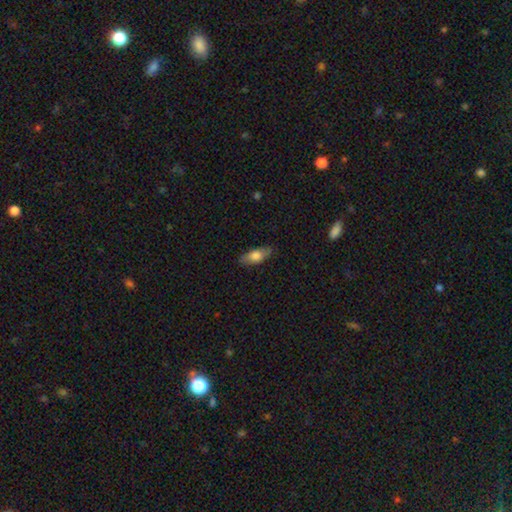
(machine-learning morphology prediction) This appears to be a smooth galaxy with no disk features (69%) that is in between round and cigar-shaped (77%). Merging: none (83%).